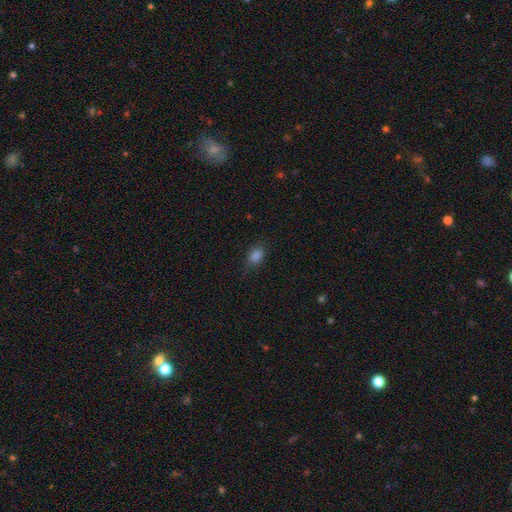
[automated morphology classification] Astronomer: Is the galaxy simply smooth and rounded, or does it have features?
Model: smooth — 82%.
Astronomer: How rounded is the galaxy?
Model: in between — 80%.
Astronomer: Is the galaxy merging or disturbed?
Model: none — 73%.